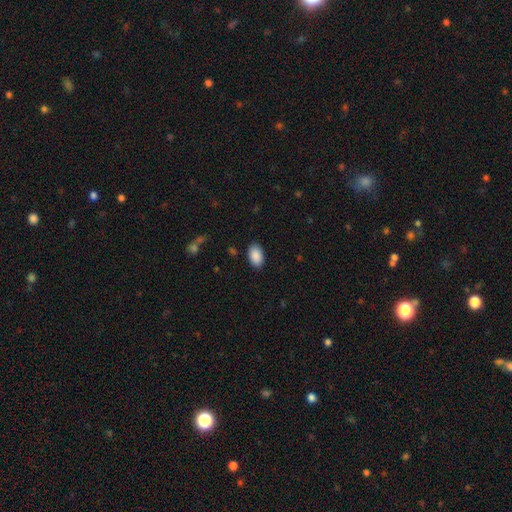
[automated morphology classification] Smooth or featured: smooth — 90% (star or artifact — 7%)
How rounded: in between — 92% (round — 6%)
Merging: none — 88% (minor disturbance — 9%)